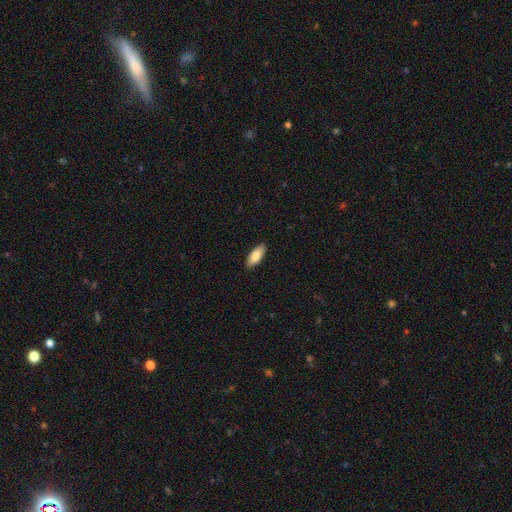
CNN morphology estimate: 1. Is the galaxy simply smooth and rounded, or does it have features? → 86% smooth, 9% featured or disk, 6% star or artifact.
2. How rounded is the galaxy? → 84% in between, 15% cigar-shaped, 2% round.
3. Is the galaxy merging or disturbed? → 90% none, 7% minor disturbance, 2% major disturbance, 1% merger.